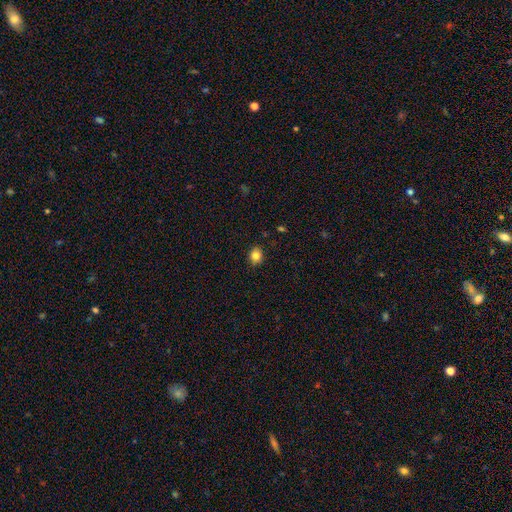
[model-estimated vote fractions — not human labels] Overall: smooth (83%). How rounded: round (66%; in between 33%). Merging: none (89%).